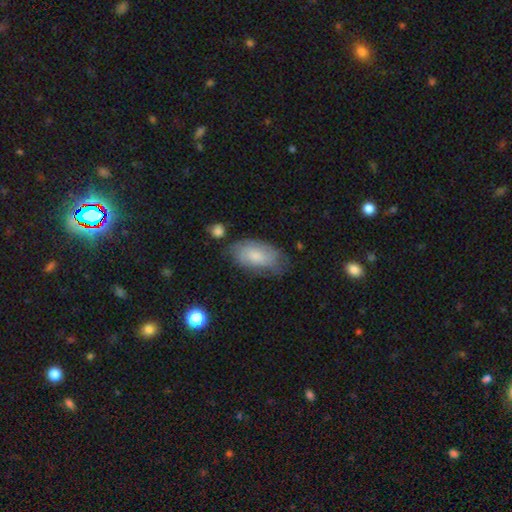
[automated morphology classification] smooth 68%, featured or disk 26%, star or artifact 6%. Down the decision tree: how rounded — in between (93%); merging — none (58%).